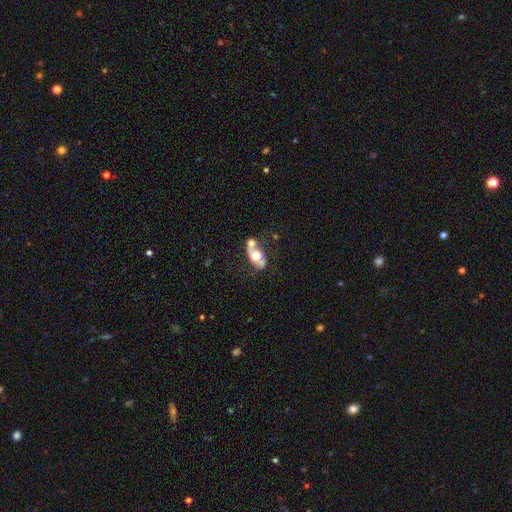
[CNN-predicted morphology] Smooth or featured?
  - featured or disk: 53% *
  - smooth: 40%
  - star or artifact: 7%
Edge-on disk?
  - no: 85% *
  - yes: 15%
Merging?
  - none: 38% * (tied)
  - merger: 38% * (tied)
  - minor disturbance: 16%
  - major disturbance: 9%